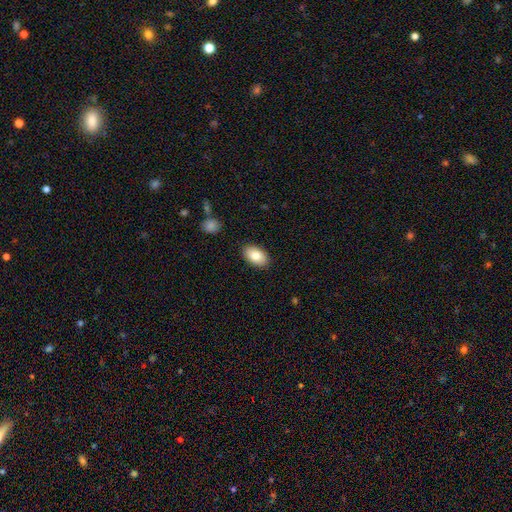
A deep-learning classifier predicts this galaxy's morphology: smooth 82%, featured or disk 11%, star or artifact 6%. Down the decision tree: how rounded — in between (92%); merging — none (88%).